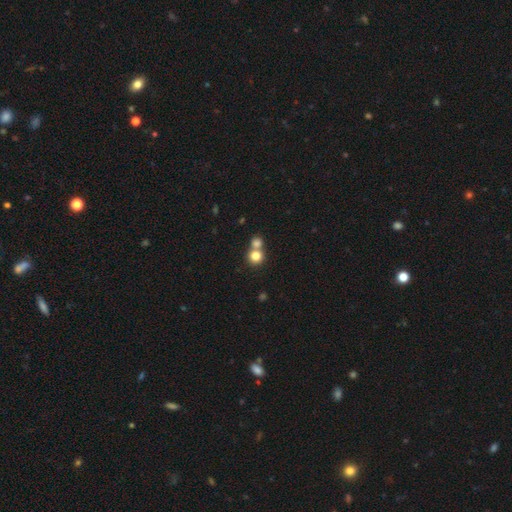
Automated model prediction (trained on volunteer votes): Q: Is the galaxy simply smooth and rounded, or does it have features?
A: smooth — 80%.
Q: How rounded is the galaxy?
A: round — 88%.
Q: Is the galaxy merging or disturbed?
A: merger — 46%, tied with none.